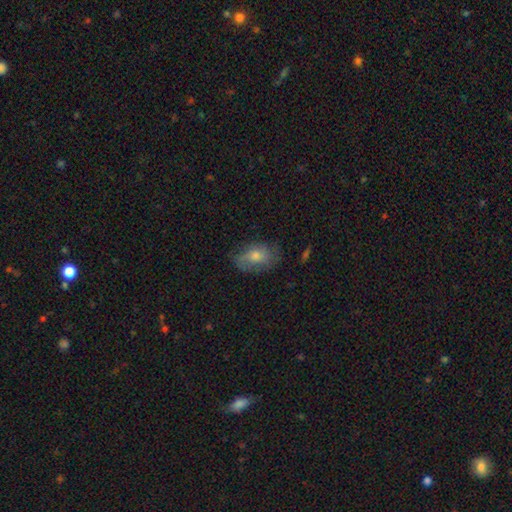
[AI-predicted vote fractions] Overall: smooth (56%; featured or disk 34%). How rounded: in between (81%). Merging: none (66%).